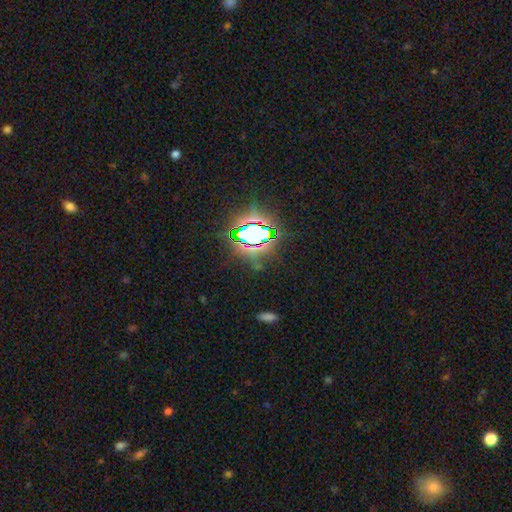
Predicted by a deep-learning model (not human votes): Smooth or featured?
  - star or artifact: 80% *
  - smooth: 12%
  - featured or disk: 8%